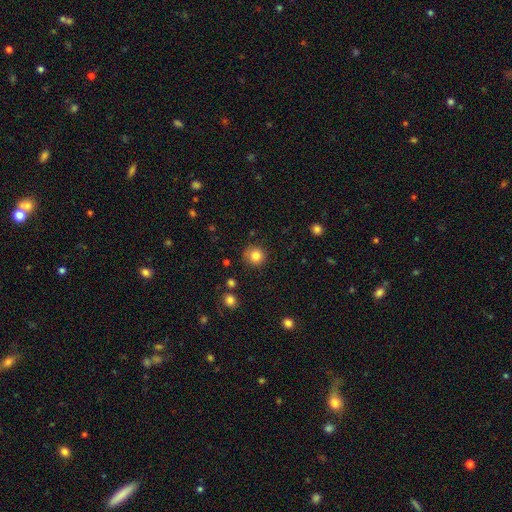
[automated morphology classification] A smooth galaxy with no disk features (83%) that is round (93%).

Vote fractions:
- Smooth or featured? smooth: 83% / star or artifact: 11% / featured or disk: 6%
- How rounded? round: 93% / in between: 6% / cigar-shaped: 1%
- Merging? none: 86% / minor disturbance: 9% / major disturbance: 3% / merger: 2%